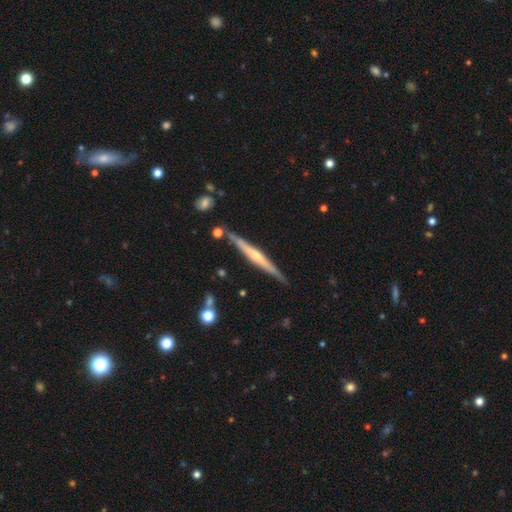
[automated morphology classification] This is likely a featured or disk galaxy (71%). It is clearly viewed edge-on (97%). Edge-on bulge: likely rounded (61%). Merging: clearly none (85%).